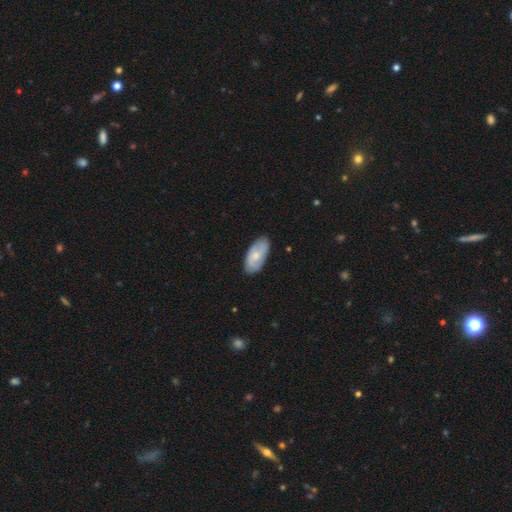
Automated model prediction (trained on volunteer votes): Smooth or featured? Predicted: smooth (p=0.58). How rounded? Predicted: in between (p=0.93). Merging? Predicted: none (p=0.79).